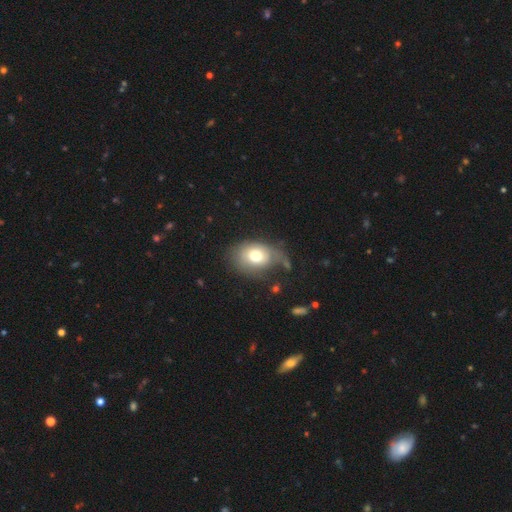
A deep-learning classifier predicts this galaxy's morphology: This appears to be a smooth galaxy with no disk features (72%) that is in between round and cigar-shaped (69%). Merging: none (44%).